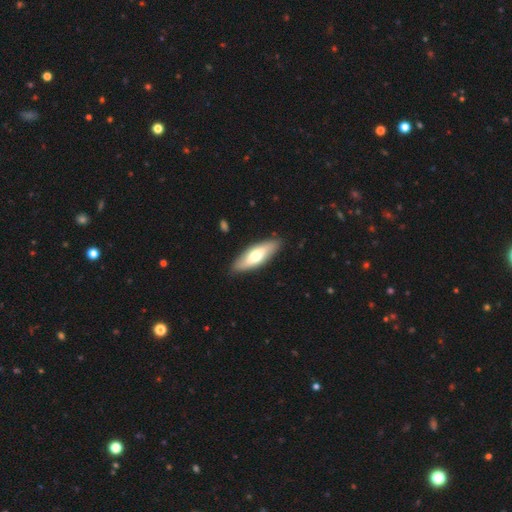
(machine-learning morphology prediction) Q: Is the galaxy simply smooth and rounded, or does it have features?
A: smooth — 61%.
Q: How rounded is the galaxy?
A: in between — 59%.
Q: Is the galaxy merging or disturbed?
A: none — 87%.